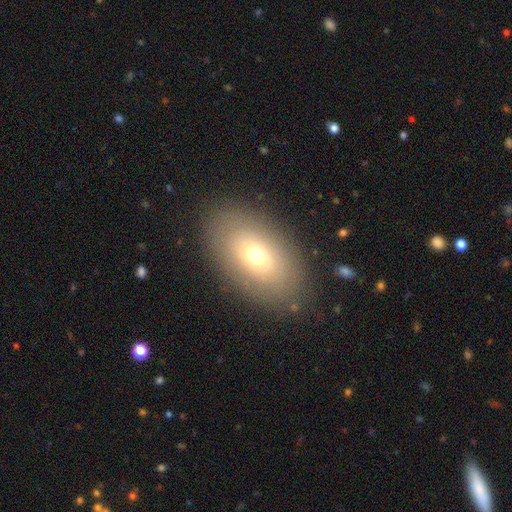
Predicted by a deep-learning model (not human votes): Smooth or featured? smooth (62%)
How rounded? in between (89%)
Merging? none (84%)